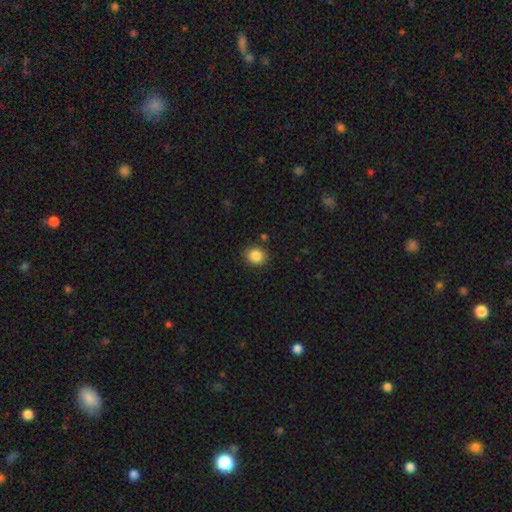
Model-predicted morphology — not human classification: smooth-or-featured: smooth: 87% | star or artifact: 10% | featured or disk: 4%
  how-rounded: round: 70% | in between: 29% | cigar-shaped: 1%
  merging: none: 88% | minor disturbance: 8% | major disturbance: 2% | merger: 2%